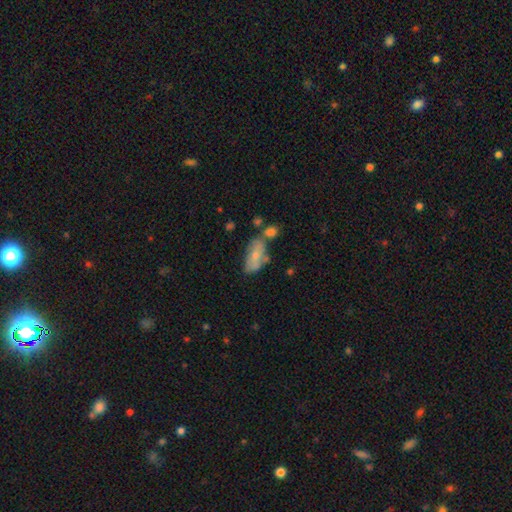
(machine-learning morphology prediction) type=smooth (61%); roundness=in between (88%); merging=none (41%).